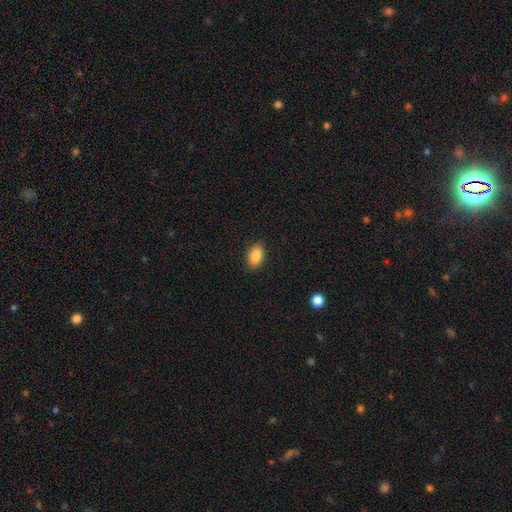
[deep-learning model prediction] This is clearly a smooth galaxy (87%). How rounded: clearly in between (90%). Merging: clearly none (89%).